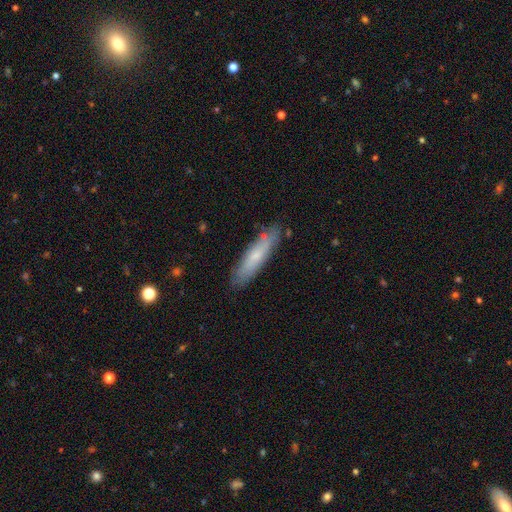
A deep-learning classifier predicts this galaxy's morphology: Overall: smooth (62%; featured or disk 31%). How rounded: cigar-shaped (78%). Merging: none (83%).